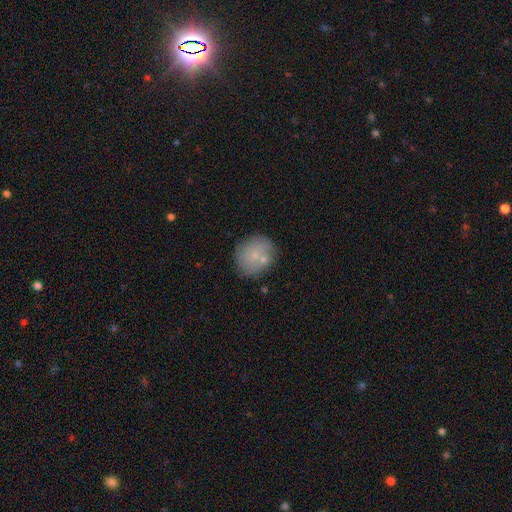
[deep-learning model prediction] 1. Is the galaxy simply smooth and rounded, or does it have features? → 71% smooth, 20% featured or disk, 9% star or artifact.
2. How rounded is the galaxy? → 81% round, 17% in between, 1% cigar-shaped.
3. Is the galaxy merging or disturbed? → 66% none, 15% minor disturbance, 14% merger, 4% major disturbance.